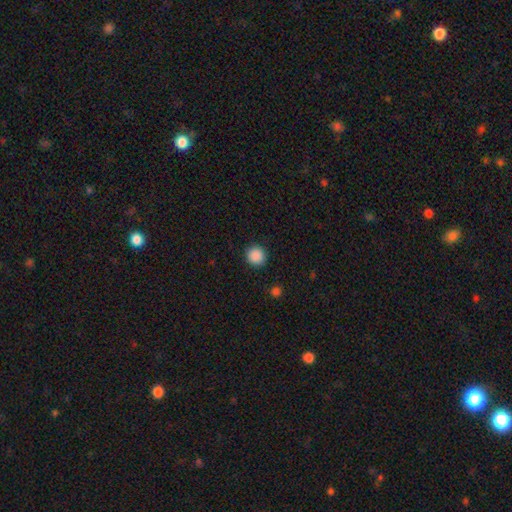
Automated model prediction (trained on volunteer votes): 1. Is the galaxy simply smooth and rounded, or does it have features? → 88% smooth, 9% star or artifact, 2% featured or disk.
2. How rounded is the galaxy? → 93% round, 7% in between, 1% cigar-shaped.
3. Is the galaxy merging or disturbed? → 92% none, 5% minor disturbance, 2% major disturbance, 1% merger.